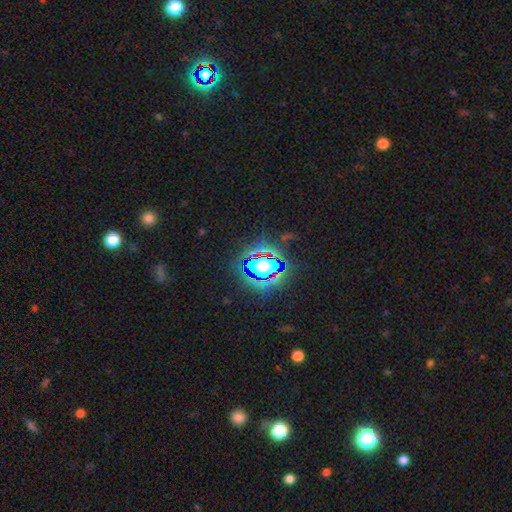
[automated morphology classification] star or artifact 79%, smooth 14%, featured or disk 8%.